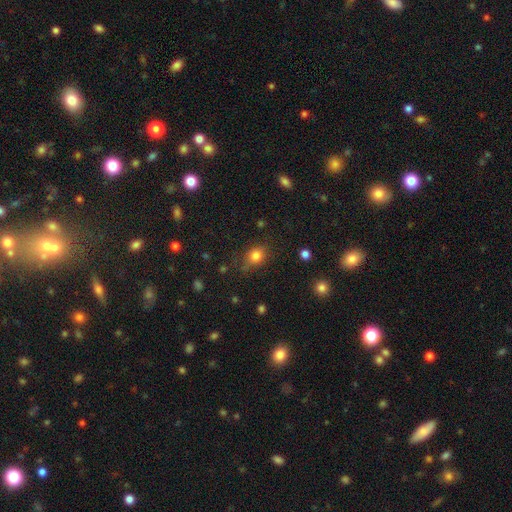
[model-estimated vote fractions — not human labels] smooth_or_featured: smooth (p=0.81) [alt: star or artifact p=0.12]
how_rounded: round (p=0.55) [alt: in between p=0.43]
merging: none (p=0.71) [alt: minor disturbance p=0.21]